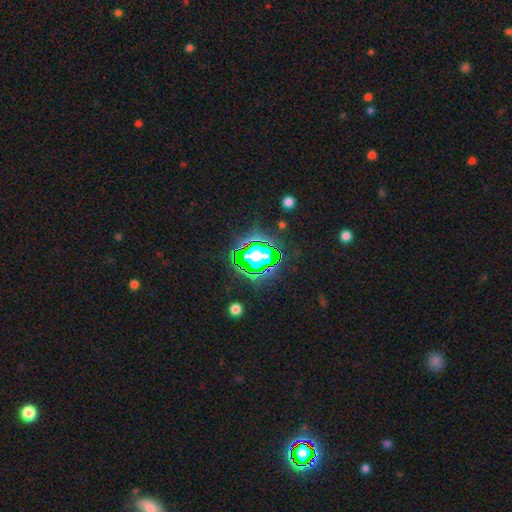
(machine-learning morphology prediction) The model was most divided on "smooth or featured": star or artifact: 80%, smooth: 13%, featured or disk: 7%.